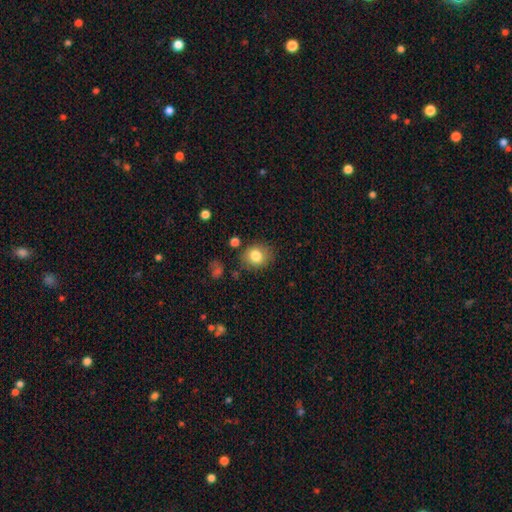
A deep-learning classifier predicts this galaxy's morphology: A smooth galaxy with no disk features (81%) that is round (63%). Merging: none (78%).